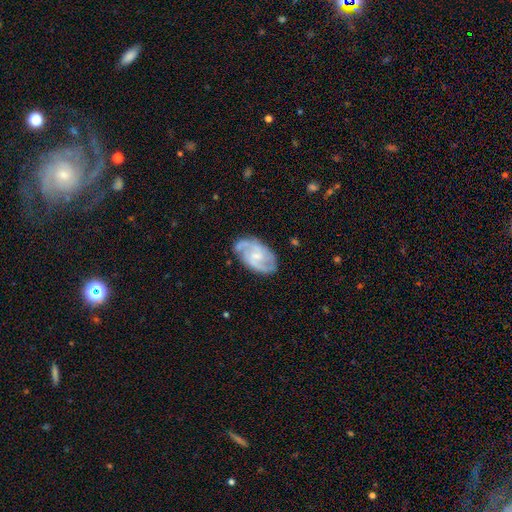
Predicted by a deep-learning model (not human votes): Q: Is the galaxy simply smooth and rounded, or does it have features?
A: featured or disk — 82%.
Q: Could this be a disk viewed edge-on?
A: no — 97%.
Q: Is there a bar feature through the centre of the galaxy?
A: weak — 48%.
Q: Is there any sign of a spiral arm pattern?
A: yes — 94%.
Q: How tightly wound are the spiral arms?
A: medium — 50%.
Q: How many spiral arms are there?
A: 2 — 62%.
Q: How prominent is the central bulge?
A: small — 57%.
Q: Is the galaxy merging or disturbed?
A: none — 71%.